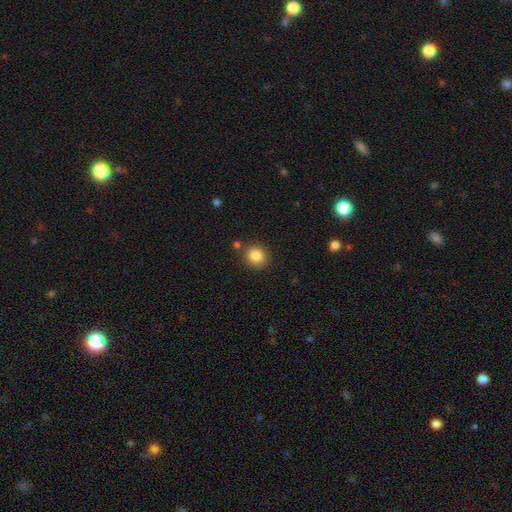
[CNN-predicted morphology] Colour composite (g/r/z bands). It shows a smooth galaxy with no disk features (85%) that is round (85%). Merging: none (85%).